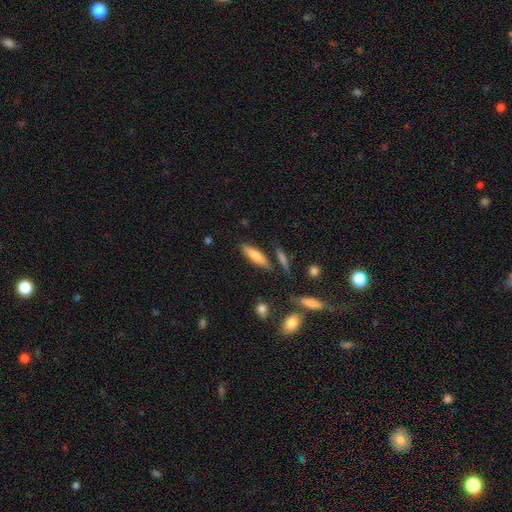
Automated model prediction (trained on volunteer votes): A smooth galaxy with no disk features (73%) that is cigar-shaped (63%).

Vote fractions:
- Smooth or featured? smooth: 73% / featured or disk: 20% / star or artifact: 7%
- How rounded? cigar-shaped: 63% / in between: 35% / round: 2%
- Merging? none: 77% / minor disturbance: 13% / merger: 7% / major disturbance: 3%